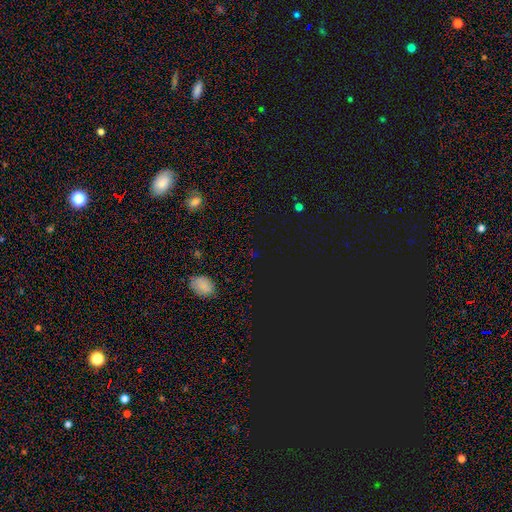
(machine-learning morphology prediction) type=star or artifact (72%).